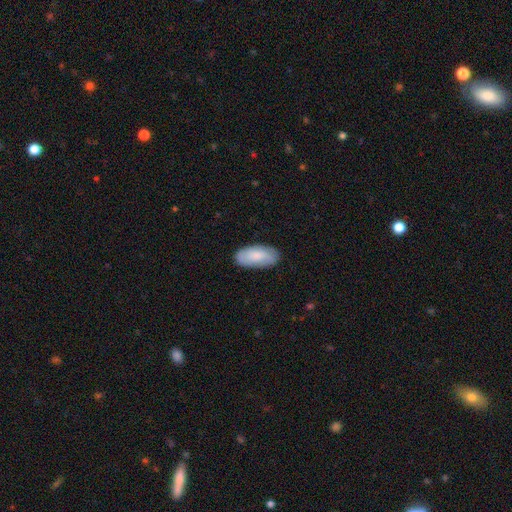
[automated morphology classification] A smooth galaxy with no disk features (78%) that is in between round and cigar-shaped (93%).

Vote fractions:
- Smooth or featured? smooth: 78% / featured or disk: 17% / star or artifact: 6%
- How rounded? in between: 93% / cigar-shaped: 5% / round: 2%
- Merging? none: 83% / minor disturbance: 13% / major disturbance: 3% / merger: 1%